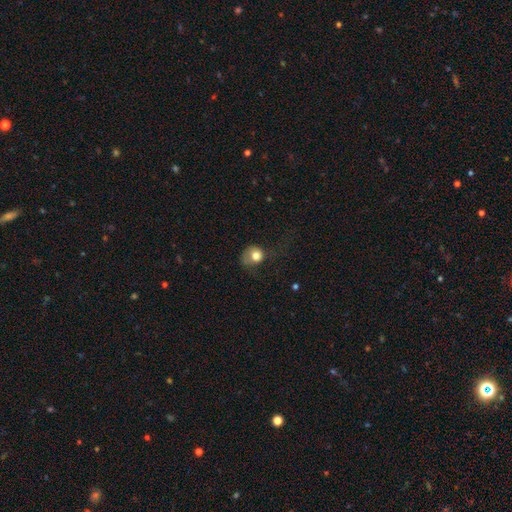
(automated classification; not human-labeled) Smooth or featured: smooth — 76% (featured or disk — 14%)
How rounded: round — 70% (in between — 29%)
Merging: major disturbance — 39% (none — 30%)